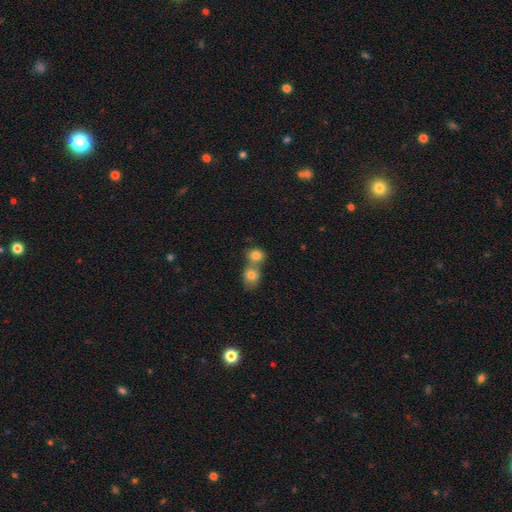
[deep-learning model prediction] Smooth or featured? smooth (79%)
How rounded? round (67%)
Merging? merger (58%)